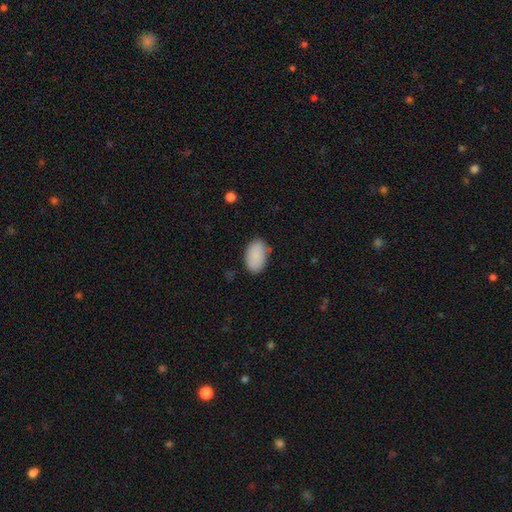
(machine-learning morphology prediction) type=smooth (88%); roundness=in between (93%); merging=none (79%).